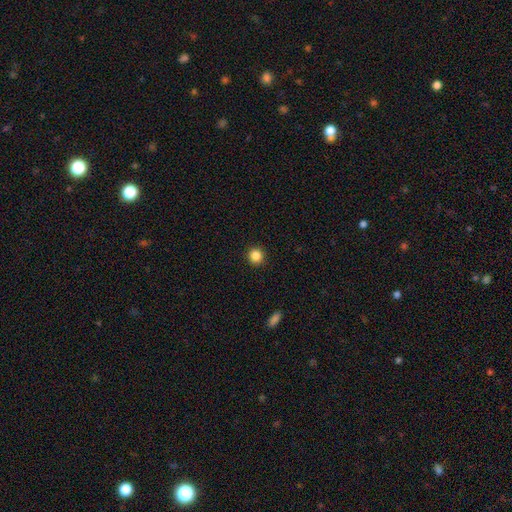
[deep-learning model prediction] smooth-or-featured: smooth: 85% | star or artifact: 11% | featured or disk: 4%
  how-rounded: round: 94% | in between: 5% | cigar-shaped: 1%
  merging: none: 93% | minor disturbance: 5% | major disturbance: 2% | merger: 1%